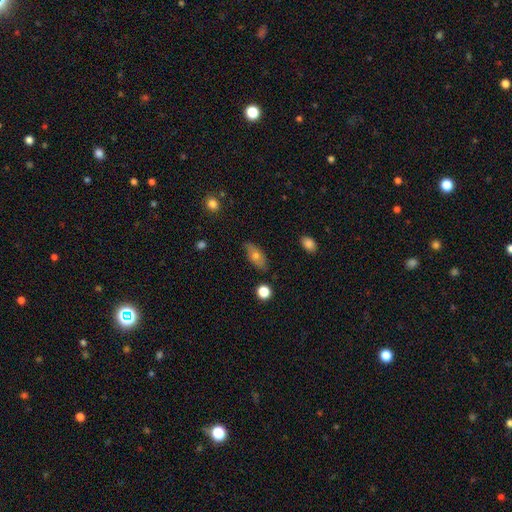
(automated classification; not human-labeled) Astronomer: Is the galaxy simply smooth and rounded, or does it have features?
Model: smooth — 62%.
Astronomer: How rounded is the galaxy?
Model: in between — 84%.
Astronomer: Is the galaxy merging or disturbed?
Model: none — 78%.